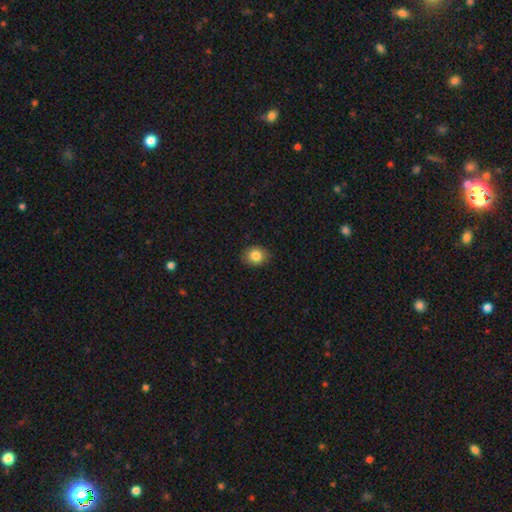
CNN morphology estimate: Smooth or featured? smooth (84%)
How rounded? round (64%)
Merging? none (87%)